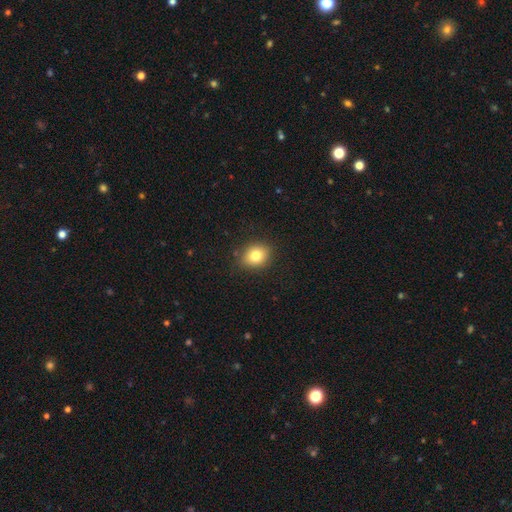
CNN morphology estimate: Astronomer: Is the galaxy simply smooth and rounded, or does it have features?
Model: smooth — 81%.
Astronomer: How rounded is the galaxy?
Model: in between — 50% (runner-up: round, 49%).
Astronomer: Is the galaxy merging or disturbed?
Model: none — 85%.